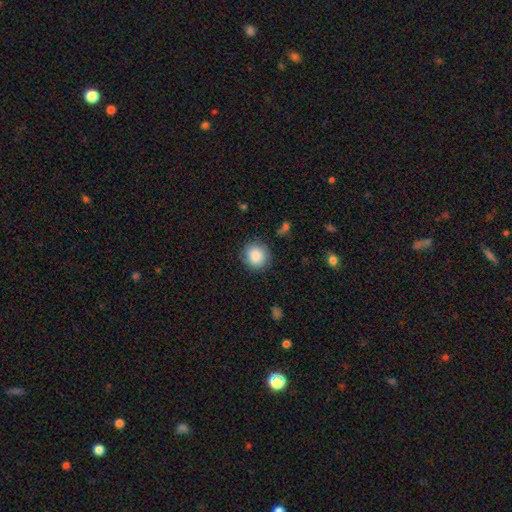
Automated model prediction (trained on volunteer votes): Smooth or featured? Predicted: smooth (p=0.87). How rounded? Predicted: round (p=0.89). Merging? Predicted: none (p=0.87).